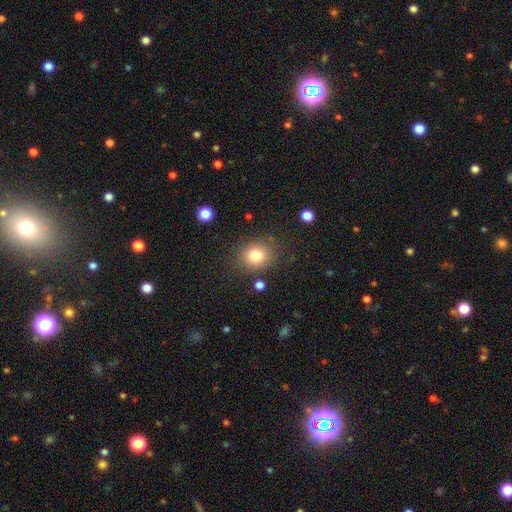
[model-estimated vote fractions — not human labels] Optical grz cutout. It shows a smooth galaxy with no disk features (81%) that is round (68%). Merging: none (81%).